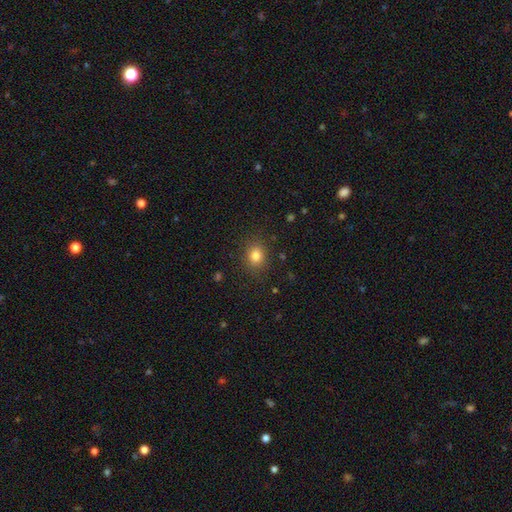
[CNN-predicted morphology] The model was most divided on "how rounded": round: 58%, in between: 41%, cigar-shaped: 1%. More confident: merging — none (86%); smooth or featured — smooth (81%).